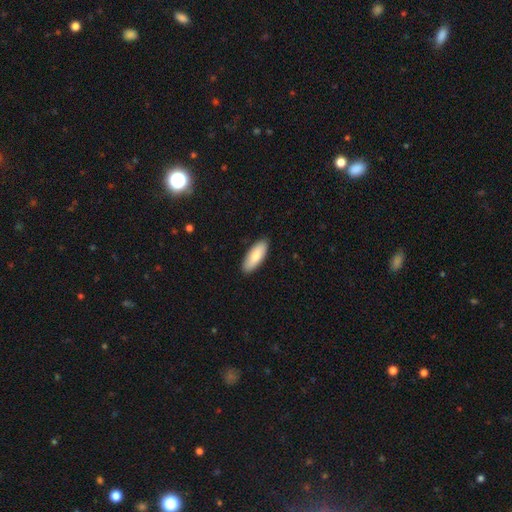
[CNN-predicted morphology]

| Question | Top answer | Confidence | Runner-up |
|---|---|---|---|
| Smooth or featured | smooth | 82% | featured or disk (13%) |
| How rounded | in between | 75% | cigar-shaped (23%) |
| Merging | none | 89% | minor disturbance (8%) |